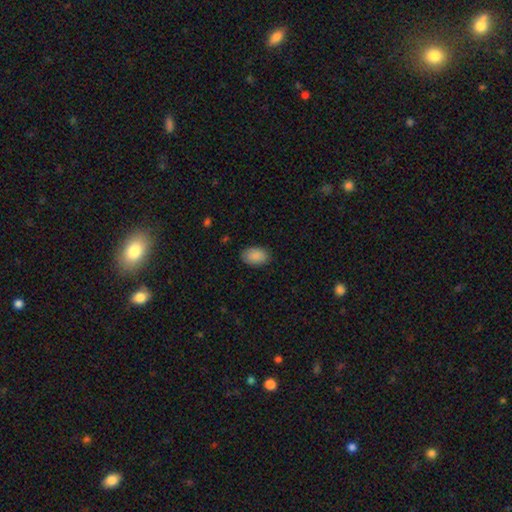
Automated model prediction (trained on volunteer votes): smooth-or-featured: smooth: 90% | star or artifact: 7% | featured or disk: 3%
  how-rounded: in between: 90% | round: 9% | cigar-shaped: 1%
  merging: none: 86% | minor disturbance: 11% | major disturbance: 2% | merger: 1%